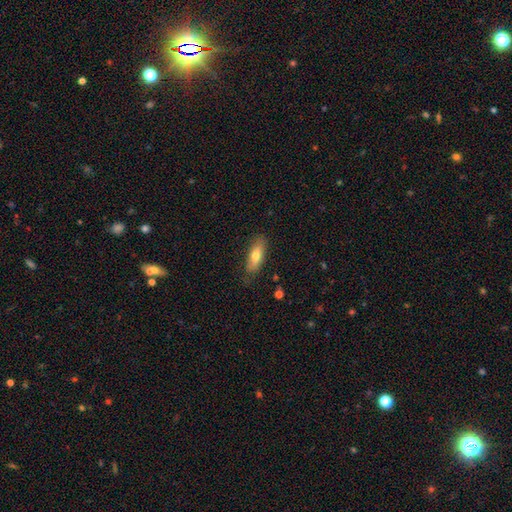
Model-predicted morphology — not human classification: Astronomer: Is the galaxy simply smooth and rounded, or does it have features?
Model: smooth — 70%.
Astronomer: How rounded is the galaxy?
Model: in between — 64%.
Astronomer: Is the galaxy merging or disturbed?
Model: none — 79%.